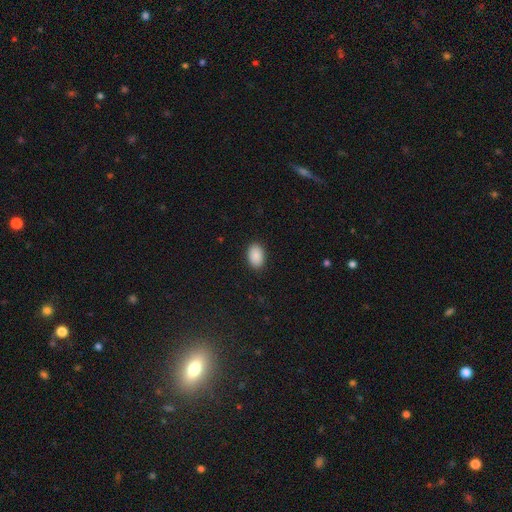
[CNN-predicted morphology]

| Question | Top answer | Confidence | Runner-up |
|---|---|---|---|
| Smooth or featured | smooth | 90% | star or artifact (7%) |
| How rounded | in between | 89% | round (10%) |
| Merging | none | 90% | minor disturbance (8%) |